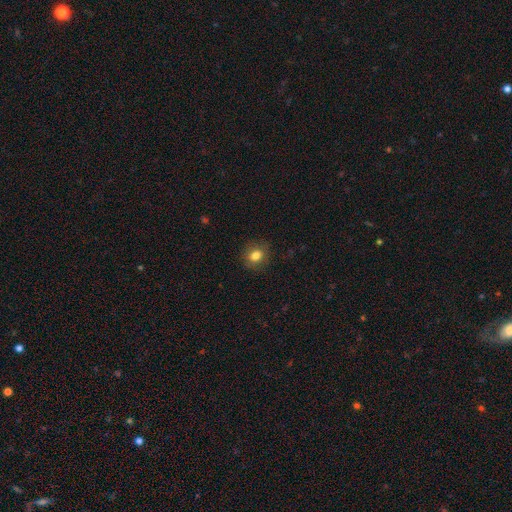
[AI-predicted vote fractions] This is clearly a smooth galaxy (81%). How rounded: likely round (72%). Merging: clearly none (86%).